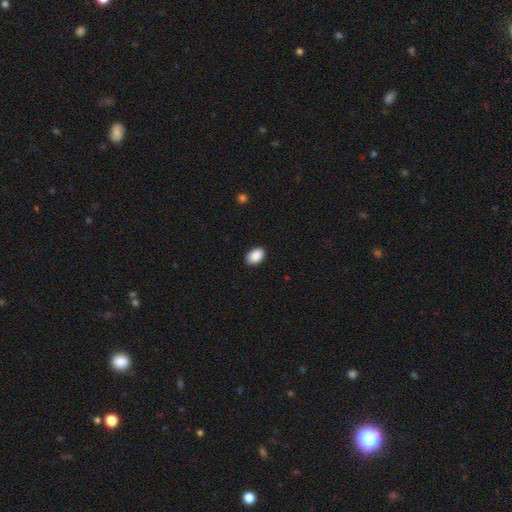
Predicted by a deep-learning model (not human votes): Smooth or featured?
  - smooth: 90% *
  - star or artifact: 7%
  - featured or disk: 3%
How rounded?
  - in between: 85% *
  - round: 14%
  - cigar-shaped: 1%
Merging?
  - none: 89% *
  - minor disturbance: 8%
  - major disturbance: 2%
  - merger: 1%